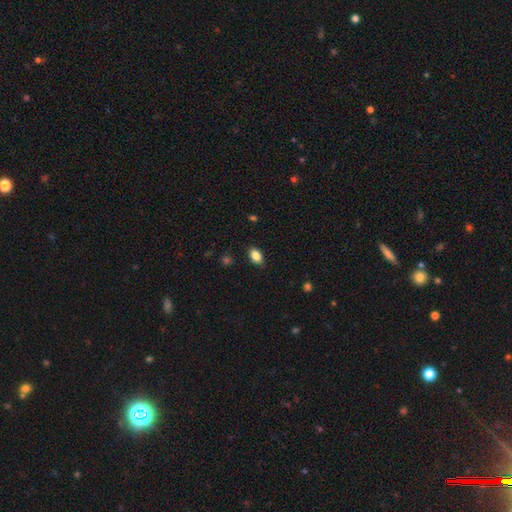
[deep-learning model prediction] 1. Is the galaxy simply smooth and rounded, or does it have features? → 86% smooth, 9% star or artifact, 5% featured or disk.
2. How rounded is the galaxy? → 86% in between, 13% round, 2% cigar-shaped.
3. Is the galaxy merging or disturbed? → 87% none, 10% minor disturbance, 2% major disturbance, 1% merger.